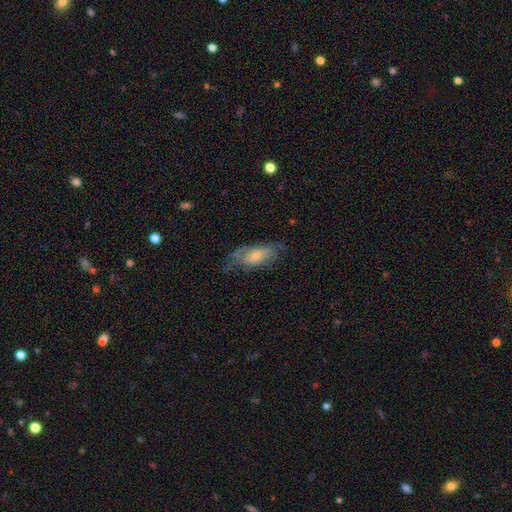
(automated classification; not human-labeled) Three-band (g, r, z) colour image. It shows a featured or disk galaxy (52%). Merging: none (55%).